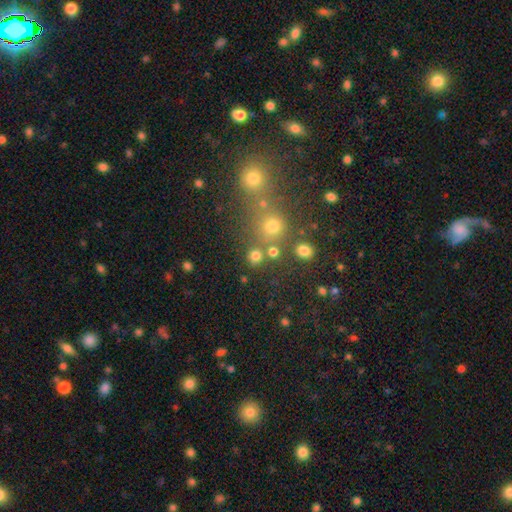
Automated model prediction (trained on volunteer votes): Q: Smooth or featured?
A: smooth (75%); runner-up: star or artifact (18%)
Q: How rounded?
A: round (89%); runner-up: in between (10%)
Q: Merging?
A: none (75%); runner-up: merger (13%)